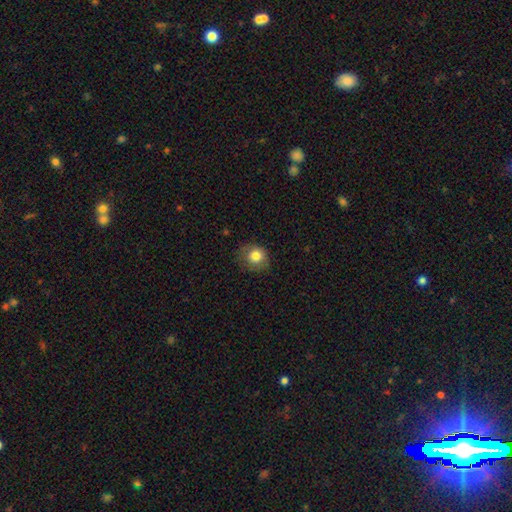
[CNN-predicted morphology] Smooth or featured: smooth — 79% (featured or disk — 11%)
How rounded: round — 77% (in between — 22%)
Merging: none — 75% (minor disturbance — 18%)